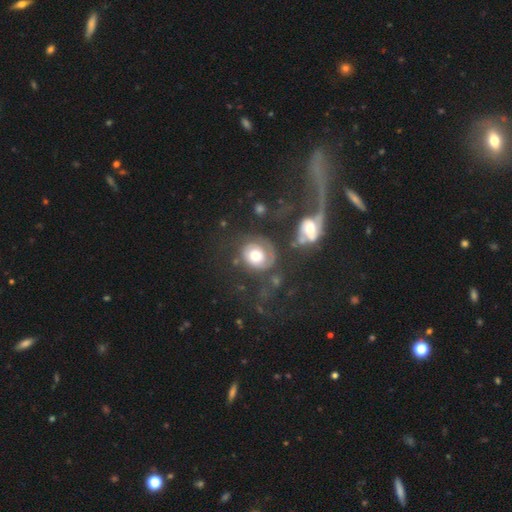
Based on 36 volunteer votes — Smooth or featured? 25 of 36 (69%) said featured or disk. Edge-on disk? 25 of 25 (100%) said no. Bar? 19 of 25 (76%) said no. Spiral arms? 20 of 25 (80%) said yes. Spiral winding? 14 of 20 (70%) said tight. Spiral arm count? 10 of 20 (50%) said 1. Bulge size? 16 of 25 (64%) said moderate. Merging? 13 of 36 (36%, tied with major disturbance) said none.